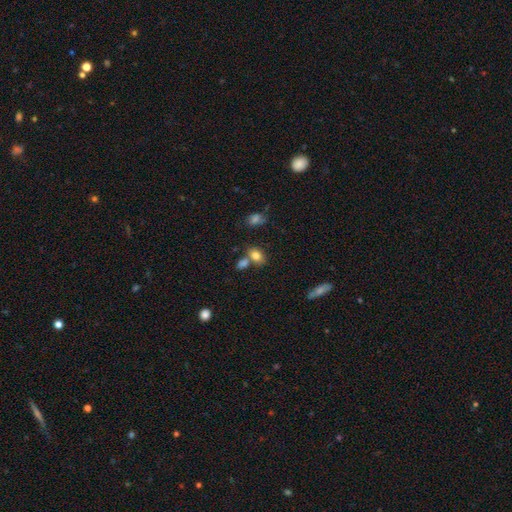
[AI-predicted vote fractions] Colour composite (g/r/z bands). It shows a smooth galaxy with no disk features (80%) that is in between round and cigar-shaped (75%). Merging: none (56%).